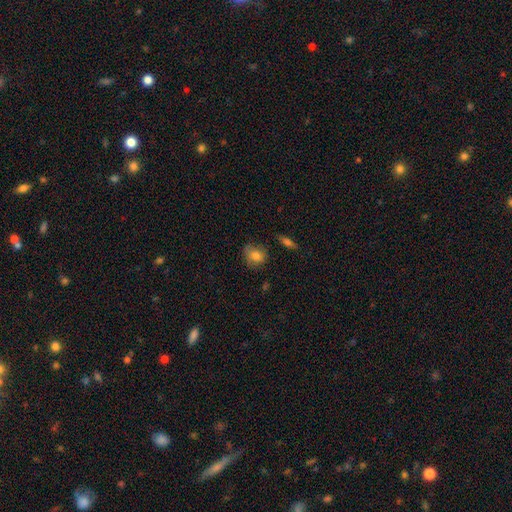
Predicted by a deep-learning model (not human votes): Q: Smooth or featured?
A: smooth (77%); runner-up: featured or disk (13%)
Q: How rounded?
A: round (65%); runner-up: in between (33%)
Q: Merging?
A: none (62%); runner-up: minor disturbance (27%)